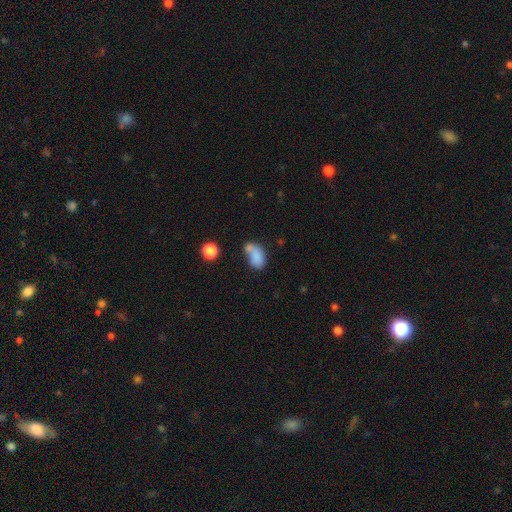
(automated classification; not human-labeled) The model was most divided on "merging": merger: 35%, none: 33%, minor disturbance: 19%, major disturbance: 13%. More confident: how rounded — in between (86%); smooth or featured — smooth (78%).